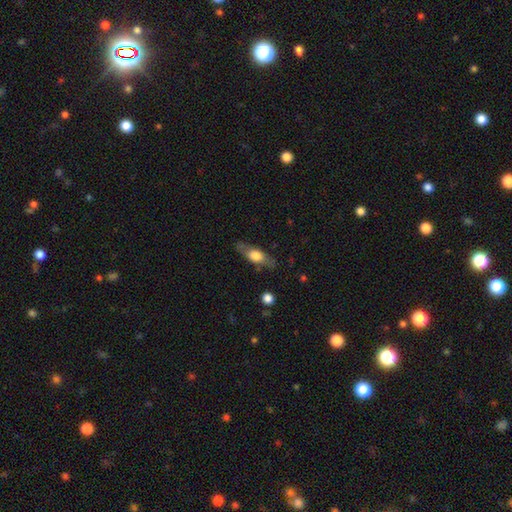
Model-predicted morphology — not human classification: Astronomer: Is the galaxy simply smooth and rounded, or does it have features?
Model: smooth — 53% (runner-up: featured or disk, 42%).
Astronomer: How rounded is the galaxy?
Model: in between — 55% (runner-up: cigar-shaped, 40%).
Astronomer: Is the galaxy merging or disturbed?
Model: none — 78%.